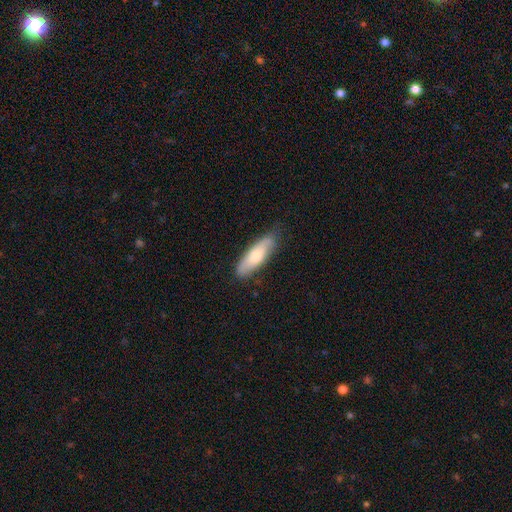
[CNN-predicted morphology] Smooth or featured? Predicted: smooth (p=0.65). How rounded? Predicted: cigar-shaped (p=0.50). Merging? Predicted: none (p=0.78).